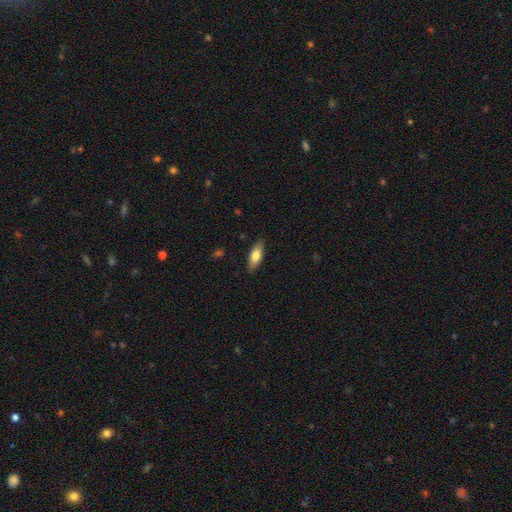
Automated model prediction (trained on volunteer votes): A smooth galaxy with no disk features (75%) that is in between round and cigar-shaped (71%).

Vote fractions:
- Smooth or featured? smooth: 75% / featured or disk: 18% / star or artifact: 6%
- How rounded? in between: 71% / cigar-shaped: 26% / round: 2%
- Merging? none: 86% / minor disturbance: 11% / major disturbance: 2% / merger: 1%